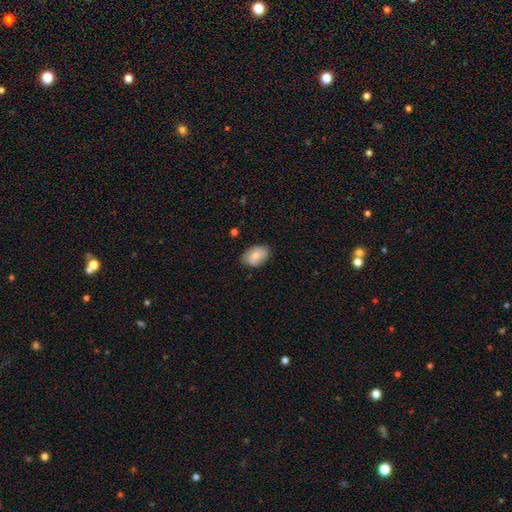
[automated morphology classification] The model was most divided on "smooth or featured": smooth: 68%, featured or disk: 25%, star or artifact: 7%. More confident: how rounded — in between (84%); merging — none (74%).